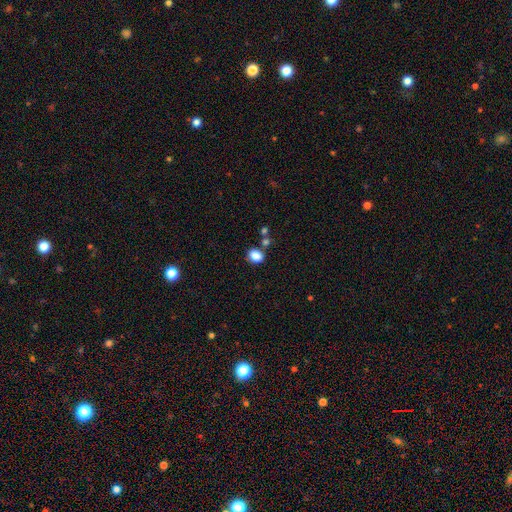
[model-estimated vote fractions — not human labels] The model was most divided on "how rounded": in between: 60%, round: 39%, cigar-shaped: 1%. More confident: smooth or featured — smooth (85%); merging — none (69%).